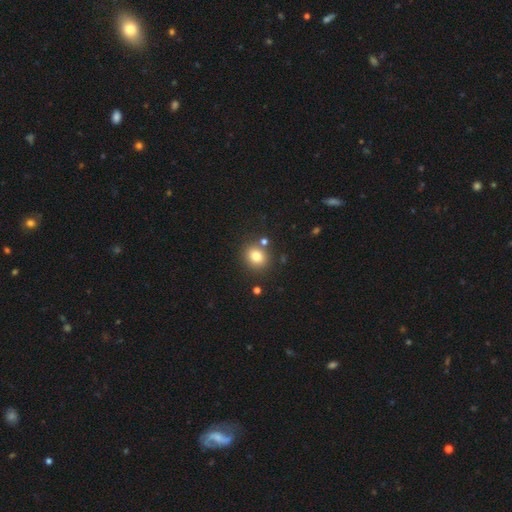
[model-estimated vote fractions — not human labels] Q: Smooth or featured?
A: smooth (80%); runner-up: star or artifact (12%)
Q: How rounded?
A: round (74%); runner-up: in between (25%)
Q: Merging?
A: none (80%); runner-up: minor disturbance (9%)